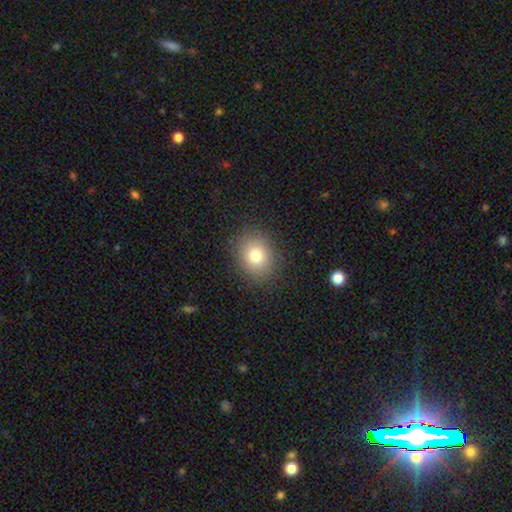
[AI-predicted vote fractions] Smooth or featured?
  - smooth: 79% *
  - star or artifact: 11%
  - featured or disk: 9%
How rounded?
  - round: 54% *
  - in between: 45%
  - cigar-shaped: 1%
Merging?
  - none: 87% *
  - minor disturbance: 8%
  - major disturbance: 3%
  - merger: 1%